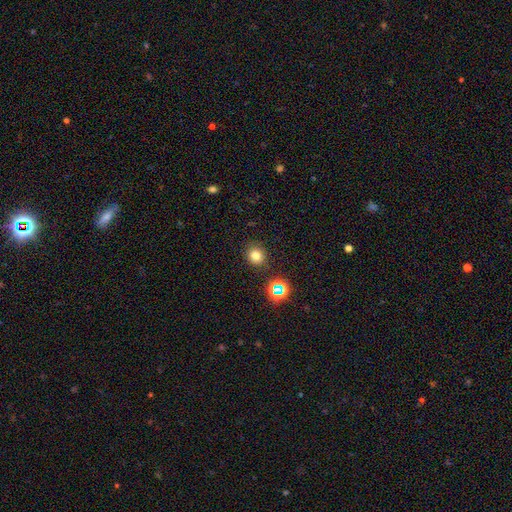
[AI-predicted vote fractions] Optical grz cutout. It shows a smooth galaxy with no disk features (75%) that is round (82%). Merging: none (88%).